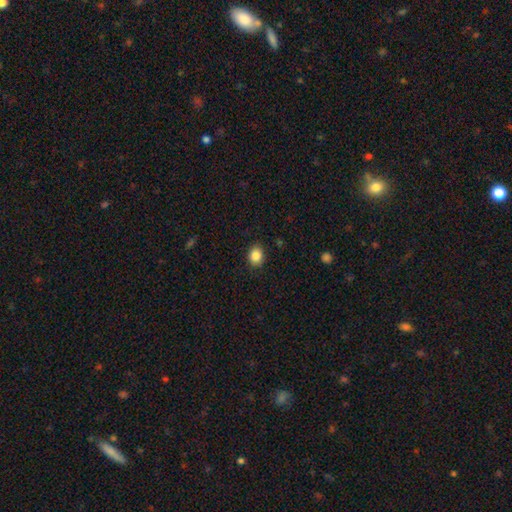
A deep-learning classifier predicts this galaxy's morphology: Overall: smooth (86%). How rounded: round (58%; in between 41%). Merging: none (88%).